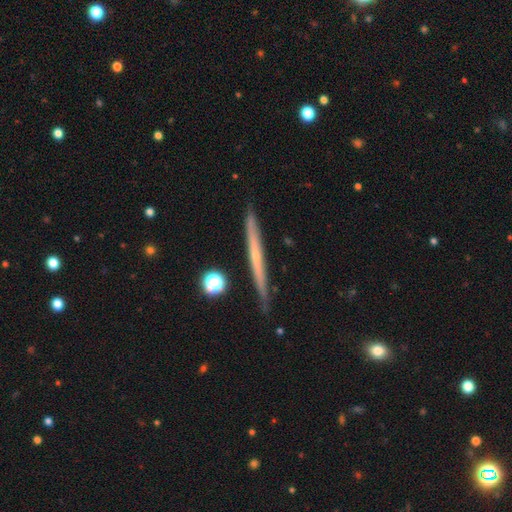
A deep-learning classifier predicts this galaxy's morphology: smooth-or-featured: featured or disk: 63% | smooth: 31% | star or artifact: 6%
  disk-edge-on: yes: 97% | no: 3%
    edge-on-bulge: none: 69% | rounded: 27% | boxy: 3%
  merging: none: 88% | minor disturbance: 9% | merger: 2% | major disturbance: 1%